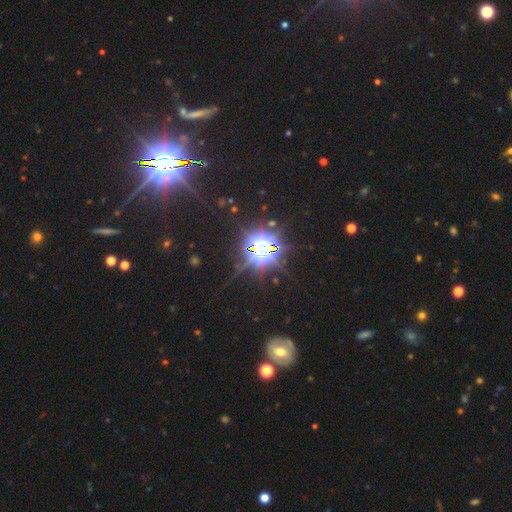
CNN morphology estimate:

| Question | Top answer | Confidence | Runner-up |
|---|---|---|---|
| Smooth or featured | star or artifact | 81% | featured or disk (9%) |